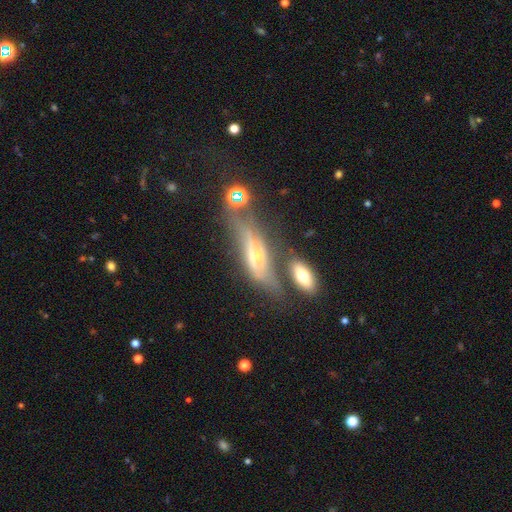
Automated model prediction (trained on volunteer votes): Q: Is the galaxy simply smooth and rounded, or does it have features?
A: featured or disk — 63%.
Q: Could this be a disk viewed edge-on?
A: yes — 60%.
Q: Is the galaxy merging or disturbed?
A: none — 36%.